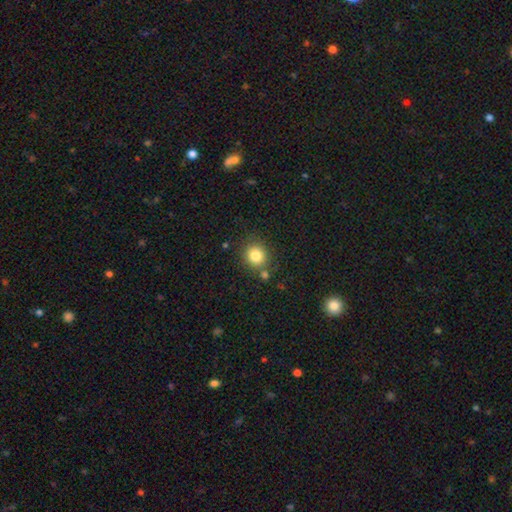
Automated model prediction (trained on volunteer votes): Smooth or featured? Predicted: smooth (p=0.83). How rounded? Predicted: round (p=0.85). Merging? Predicted: none (p=0.77).